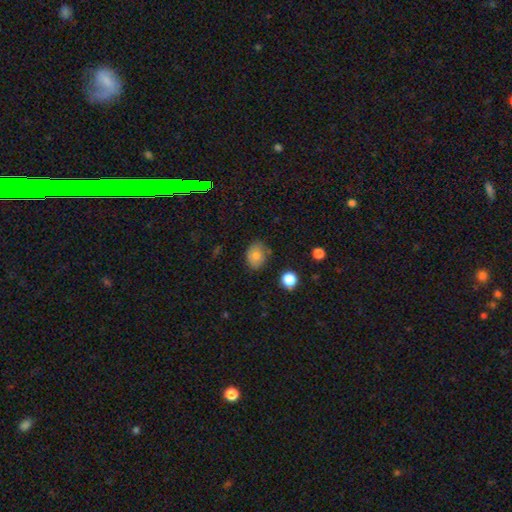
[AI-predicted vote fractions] smooth_or_featured: smooth (p=0.79) [alt: featured or disk p=0.11]
how_rounded: in between (p=0.62) [alt: round p=0.37]
merging: none (p=0.73) [alt: minor disturbance p=0.19]